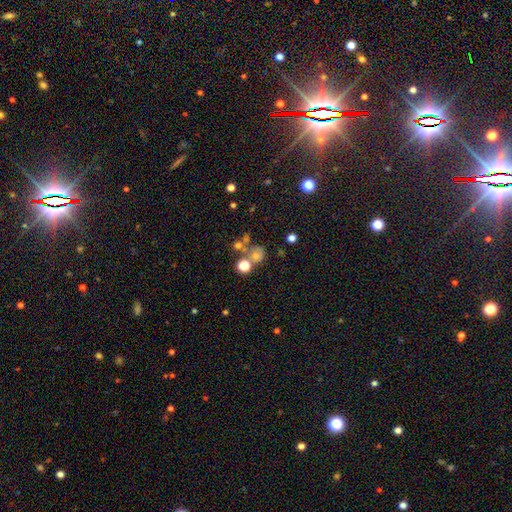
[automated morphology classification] This is possibly a smooth galaxy (58%). How rounded: likely round (80%). Merging: possibly none (50%).